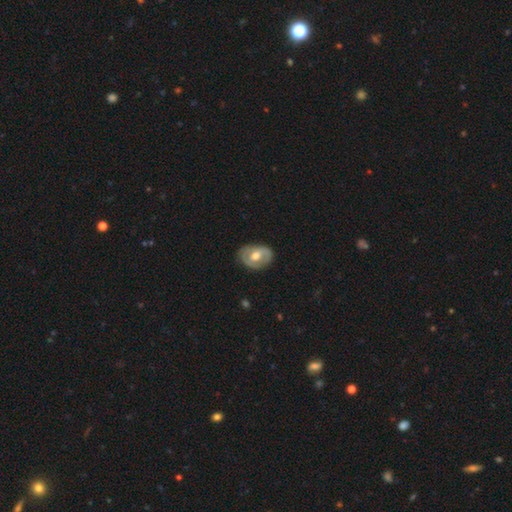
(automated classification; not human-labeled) Morphology: type=featured or disk (59%); edge-on=no (94%); bar=no (48%); spiral arms=no (53%); bulge=moderate (73%); merging=none (74%).